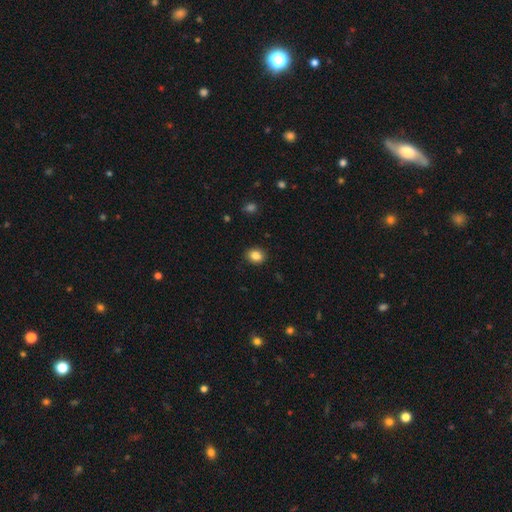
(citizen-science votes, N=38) A smooth galaxy with no disk features (82%) that is in between round and cigar-shaped (52%). Merging: none (97%).